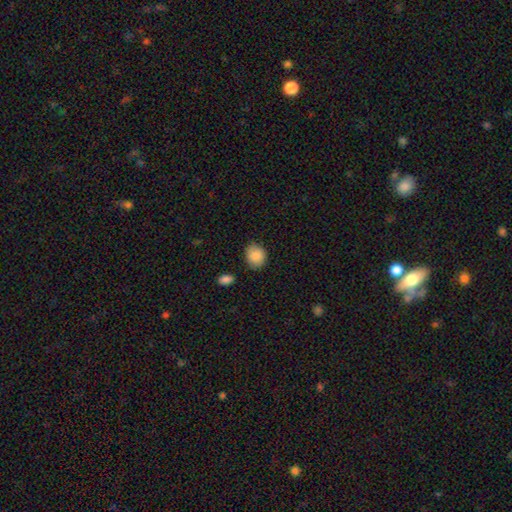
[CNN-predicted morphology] smooth-or-featured: smooth: 88% | star or artifact: 7% | featured or disk: 4%
  how-rounded: round: 64% | in between: 35% | cigar-shaped: 1%
  merging: none: 80% | minor disturbance: 15% | major disturbance: 3% | merger: 2%